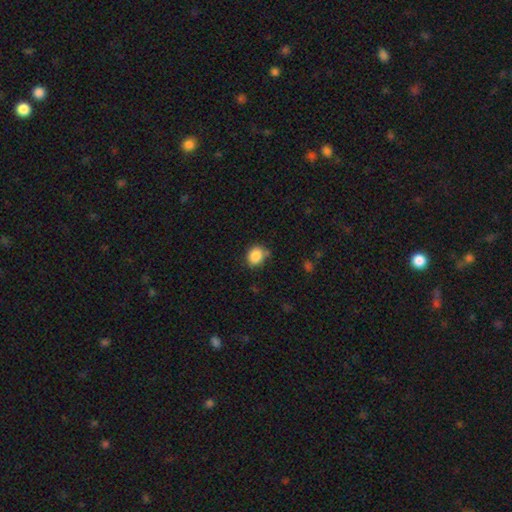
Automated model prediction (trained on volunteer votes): A smooth galaxy with no disk features (86%) that is round (62%). Merging: none (71%).